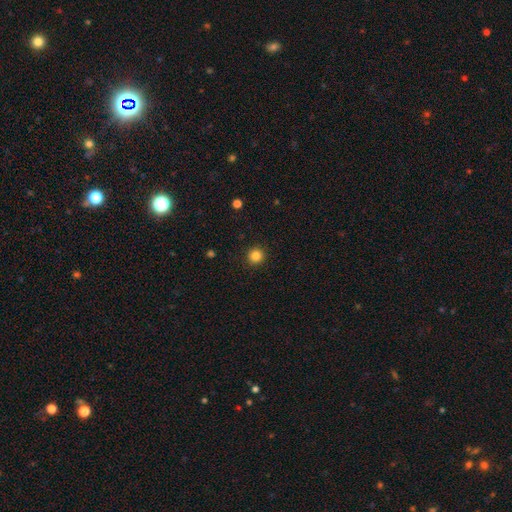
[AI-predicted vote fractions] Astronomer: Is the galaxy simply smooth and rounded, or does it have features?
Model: smooth — 85%.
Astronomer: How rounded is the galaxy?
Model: round — 95%.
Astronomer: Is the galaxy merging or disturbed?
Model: none — 92%.